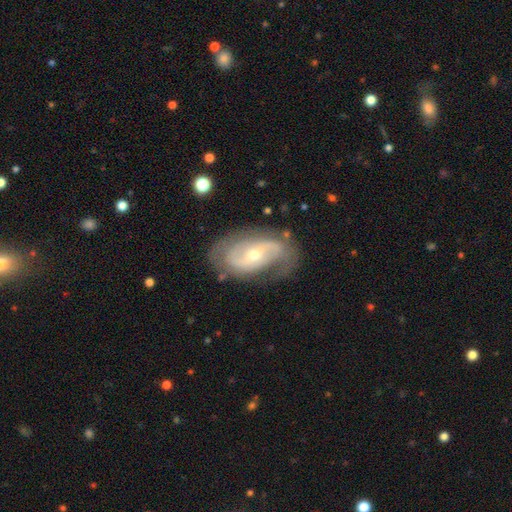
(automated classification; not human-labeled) This is clearly a featured or disk galaxy (82%). It is clearly not viewed edge-on (95%). Bar: possibly no (46%). Spiral arm pattern: clearly yes (91%). Spiral arm count: likely 2 (66%). Spiral winding: marginally tight (43%). Central bulge: possibly small (57%). Merging: likely none (73%).